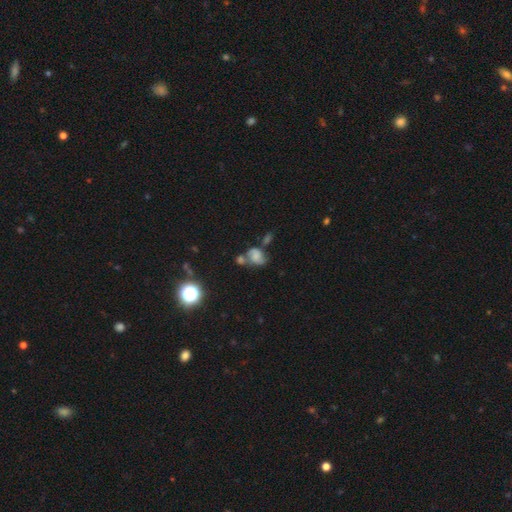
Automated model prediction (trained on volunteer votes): Overall: smooth (47%; featured or disk 38%). Merging: merger (35%; none 31%).